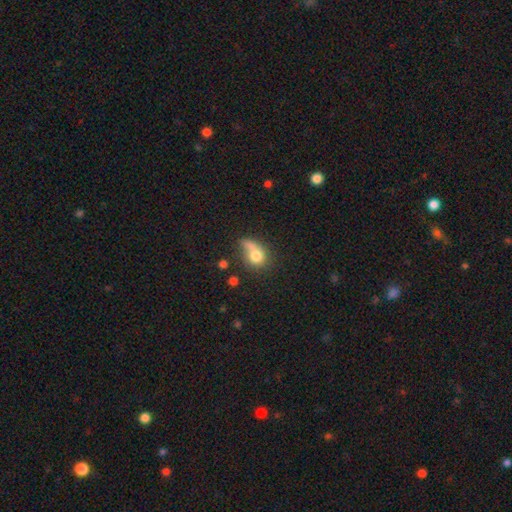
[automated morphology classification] Overall: smooth (74%). How rounded: round (60%; in between 38%). Merging: merger (34%; none 31%).